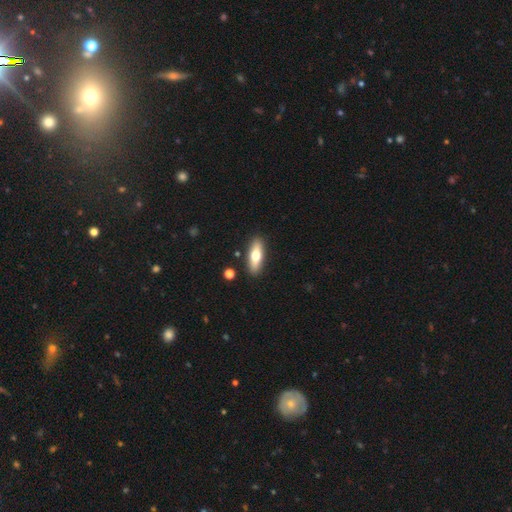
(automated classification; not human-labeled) smooth_or_featured: smooth (p=0.62) [alt: featured or disk p=0.32]
how_rounded: in between (p=0.54) [alt: cigar-shaped p=0.43]
merging: none (p=0.88) [alt: minor disturbance p=0.08]